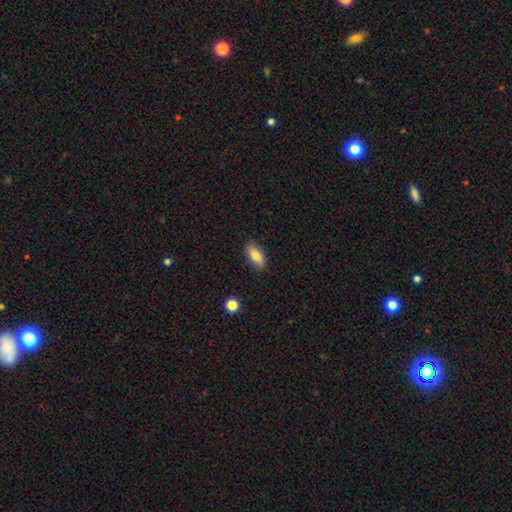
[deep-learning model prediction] A smooth galaxy with no disk features (81%) that is in between round and cigar-shaped (87%).

Vote fractions:
- Smooth or featured? smooth: 81% / featured or disk: 12% / star or artifact: 7%
- How rounded? in between: 87% / cigar-shaped: 9% / round: 4%
- Merging? none: 86% / minor disturbance: 11% / major disturbance: 2% / merger: 1%